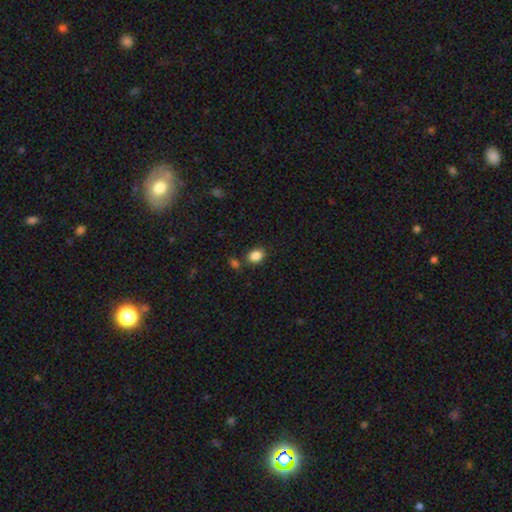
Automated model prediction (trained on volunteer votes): Overall: smooth (86%). How rounded: in between (66%; round 33%). Merging: none (74%).